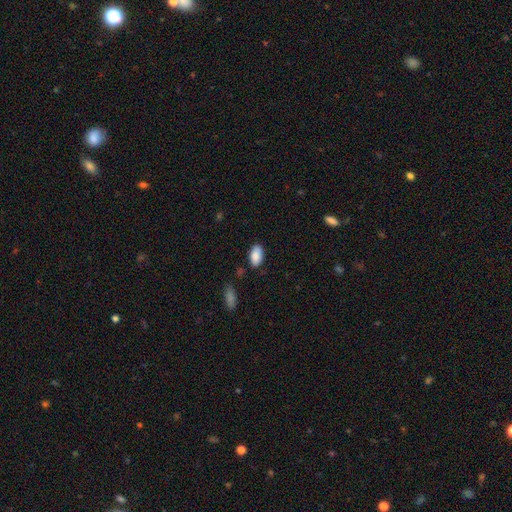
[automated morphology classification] This is clearly a smooth galaxy (88%). How rounded: clearly in between (94%). Merging: clearly none (83%).